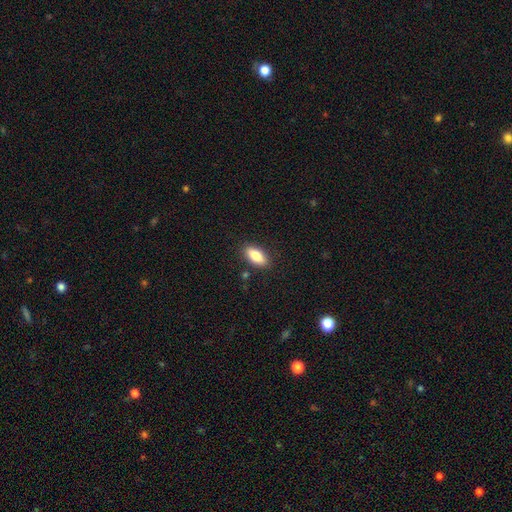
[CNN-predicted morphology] Q: Smooth or featured?
A: smooth (82%); runner-up: featured or disk (11%)
Q: How rounded?
A: in between (86%); runner-up: cigar-shaped (11%)
Q: Merging?
A: none (87%); runner-up: minor disturbance (9%)